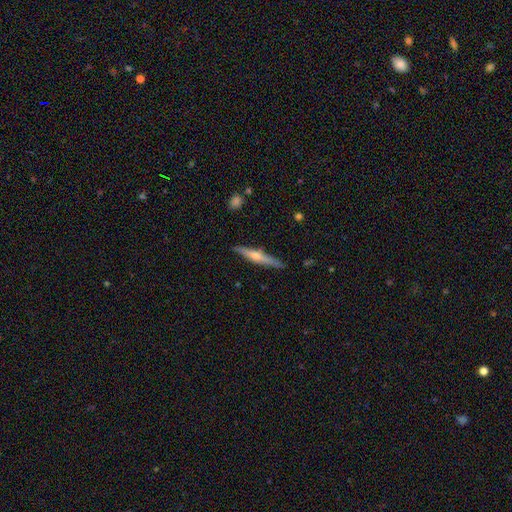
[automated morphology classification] The model was most divided on "smooth or featured": featured or disk: 67%, smooth: 27%, star or artifact: 6%. More confident: edge-on disk — yes (97%); edge-on bulge — rounded (88%); merging — none (86%).